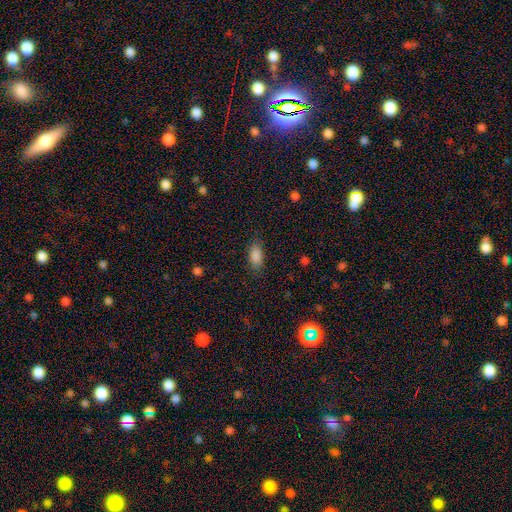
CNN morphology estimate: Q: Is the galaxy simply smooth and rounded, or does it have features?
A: smooth — 86%.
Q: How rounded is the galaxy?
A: in between — 87%.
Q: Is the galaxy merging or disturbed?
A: none — 83%.